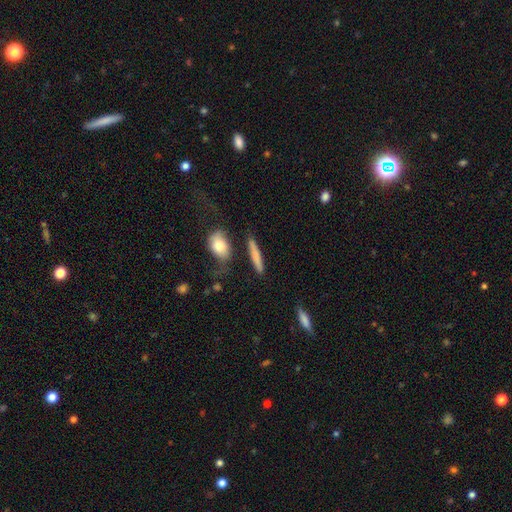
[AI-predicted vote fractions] A smooth galaxy with no disk features (71%) that is cigar-shaped (87%). Merging: none (75%).